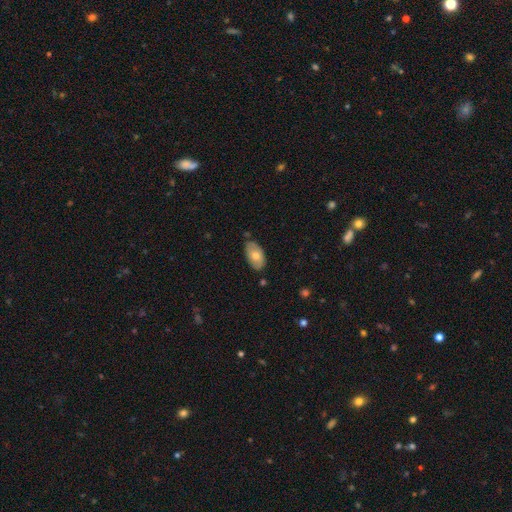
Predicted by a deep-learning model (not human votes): A smooth galaxy with no disk features (69%) that is in between round and cigar-shaped (94%).

Vote fractions:
- Smooth or featured? smooth: 69% / featured or disk: 25% / star or artifact: 6%
- How rounded? in between: 94% / round: 4% / cigar-shaped: 2%
- Merging? none: 74% / minor disturbance: 20% / major disturbance: 3% / merger: 3%